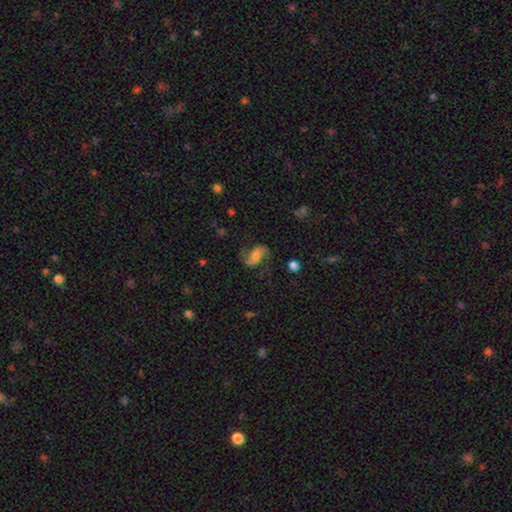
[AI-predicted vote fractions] smooth-or-featured: featured or disk: 79% | smooth: 13% | star or artifact: 8%
  disk-edge-on: no: 97% | yes: 3%
    bar: no: 42% | weak: 40% | strong: 18%
    has-spiral-arms: yes: 96% | no: 4%
      spiral-winding: loose: 59% | medium: 33% | tight: 7%
      spiral-arm-count: 2: 93% | can't tell: 2% | 1: 2% | 3: 1% | 4: 1% | more than 4: 1%
    bulge-size: moderate: 32% | small: 26% | none: 22% | large: 17% | dominant: 3%
  merging: none: 74% | minor disturbance: 14% | major disturbance: 10% | merger: 2%